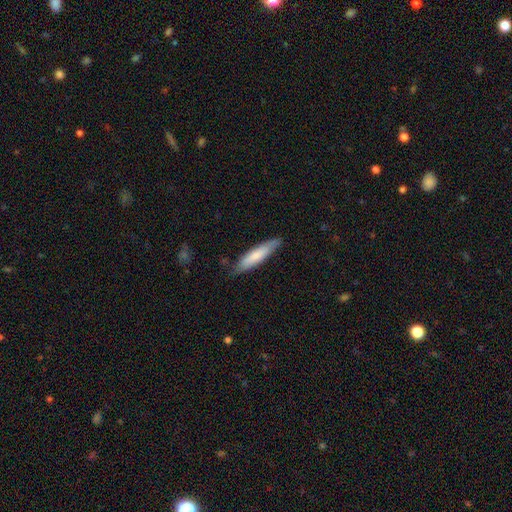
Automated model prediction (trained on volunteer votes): smooth_or_featured: smooth (p=0.75) [alt: featured or disk p=0.20]
how_rounded: cigar-shaped (p=0.79) [alt: in between p=0.20]
merging: none (p=0.80) [alt: minor disturbance p=0.16]